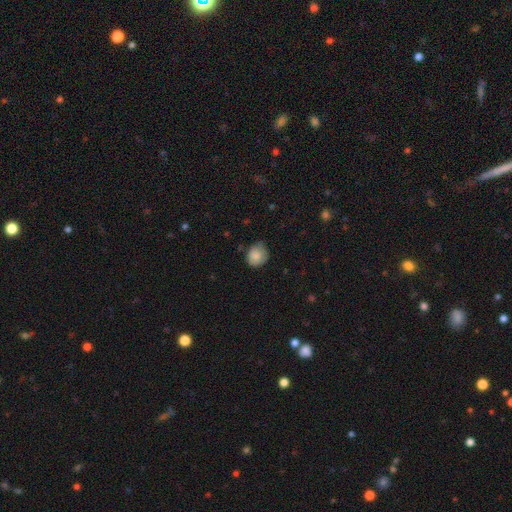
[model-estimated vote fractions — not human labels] Smooth or featured: smooth — 83% (featured or disk — 9%)
How rounded: round — 67% (in between — 32%)
Merging: none — 64% (minor disturbance — 29%)